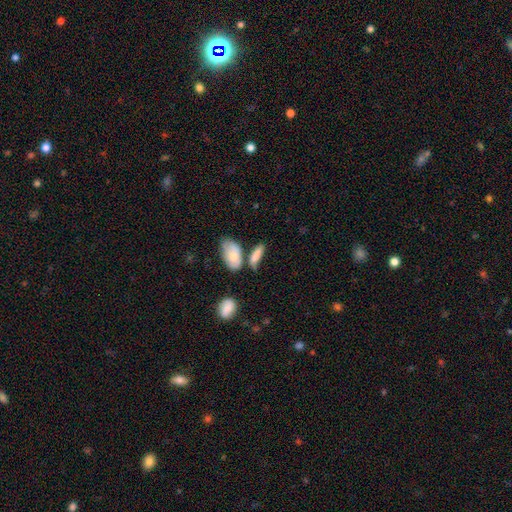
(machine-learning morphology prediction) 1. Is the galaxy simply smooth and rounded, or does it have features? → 79% smooth, 14% featured or disk, 7% star or artifact.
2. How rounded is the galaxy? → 67% in between, 28% cigar-shaped, 4% round.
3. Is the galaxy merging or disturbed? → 53% none, 21% merger, 19% minor disturbance, 6% major disturbance.